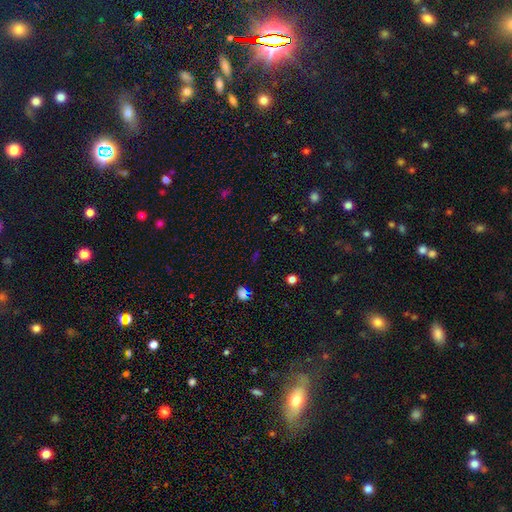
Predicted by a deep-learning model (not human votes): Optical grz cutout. It shows a star or artifact, not a galaxy (60%).